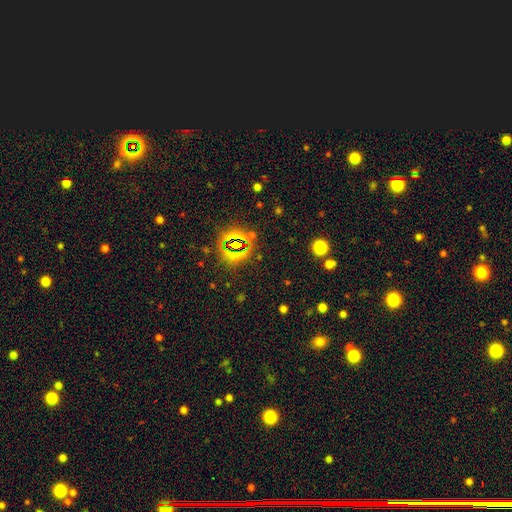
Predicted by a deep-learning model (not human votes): Smooth or featured? Predicted: star or artifact (p=0.70).